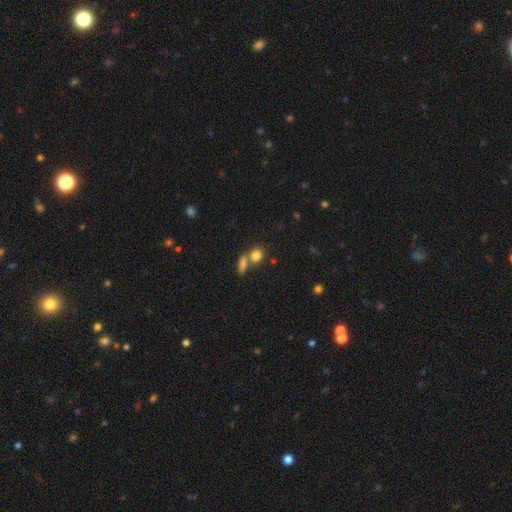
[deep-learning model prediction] Smooth or featured? smooth (82%)
How rounded? round (60%)
Merging? none (49%)